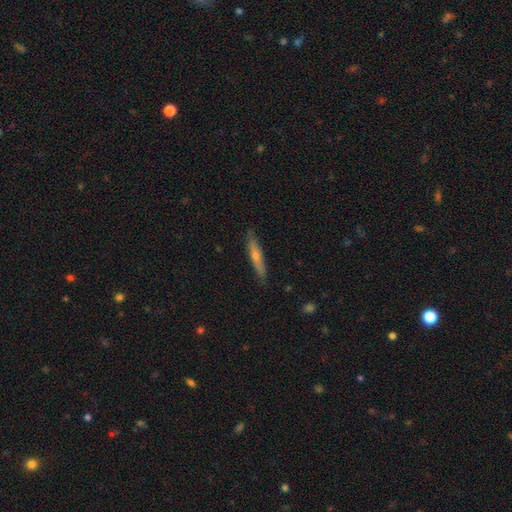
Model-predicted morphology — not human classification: The model was most divided on "smooth or featured": featured or disk: 48%, smooth: 46%, star or artifact: 7%. More confident: merging — none (87%).